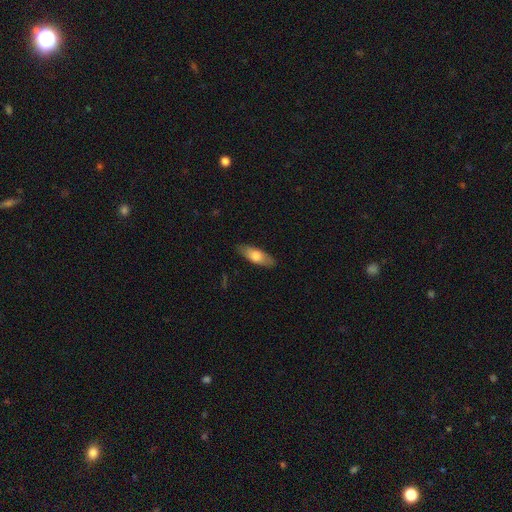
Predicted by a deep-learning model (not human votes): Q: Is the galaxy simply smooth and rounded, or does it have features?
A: smooth — 71%.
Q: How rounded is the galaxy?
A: in between — 68%.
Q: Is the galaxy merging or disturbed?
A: none — 85%.